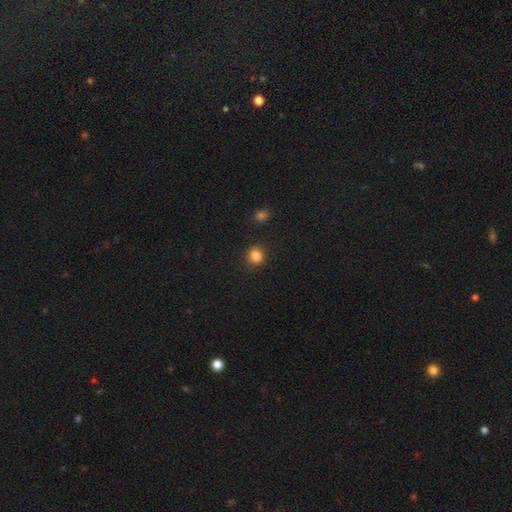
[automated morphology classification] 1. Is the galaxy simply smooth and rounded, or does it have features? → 84% smooth, 11% star or artifact, 4% featured or disk.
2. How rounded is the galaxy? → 85% round, 14% in between, 1% cigar-shaped.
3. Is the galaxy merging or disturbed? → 89% none, 7% minor disturbance, 2% major disturbance, 2% merger.